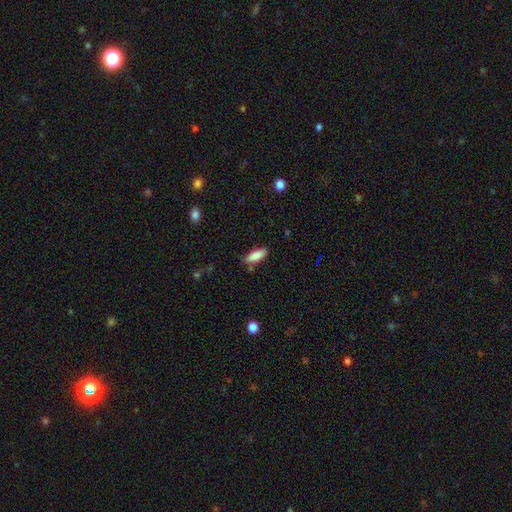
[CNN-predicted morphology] Smooth or featured?
  - smooth: 85% *
  - featured or disk: 8%
  - star or artifact: 7%
How rounded?
  - in between: 68% *
  - cigar-shaped: 31%
  - round: 2%
Merging?
  - none: 78% *
  - minor disturbance: 15%
  - merger: 4%
  - major disturbance: 3%